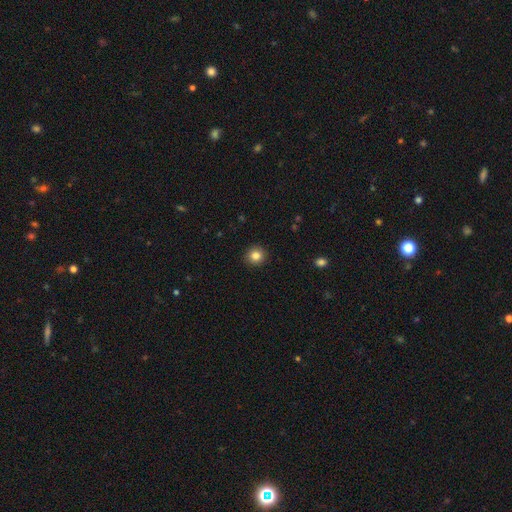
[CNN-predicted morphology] type=smooth (84%); roundness=round (92%); merging=none (92%).